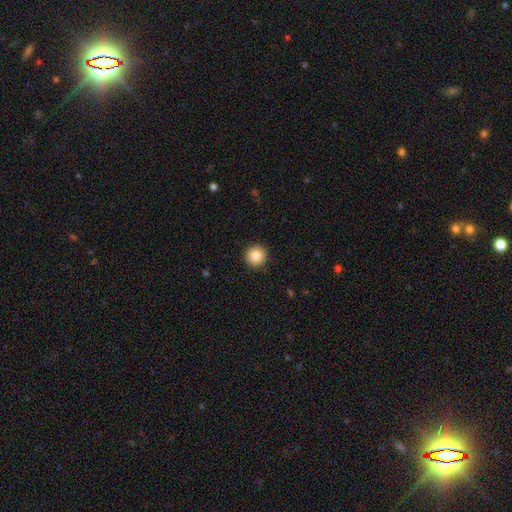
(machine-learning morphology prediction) type=smooth (85%); roundness=round (96%); merging=none (93%).